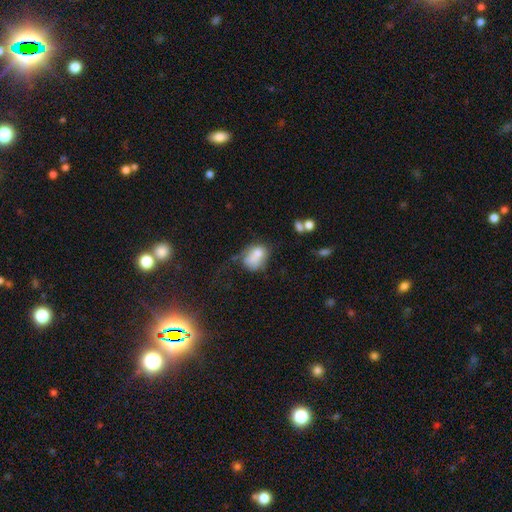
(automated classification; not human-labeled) Q: Smooth or featured?
A: smooth (70%); runner-up: featured or disk (20%)
Q: How rounded?
A: in between (65%); runner-up: round (33%)
Q: Merging?
A: none (29%); runner-up: minor disturbance (26%)